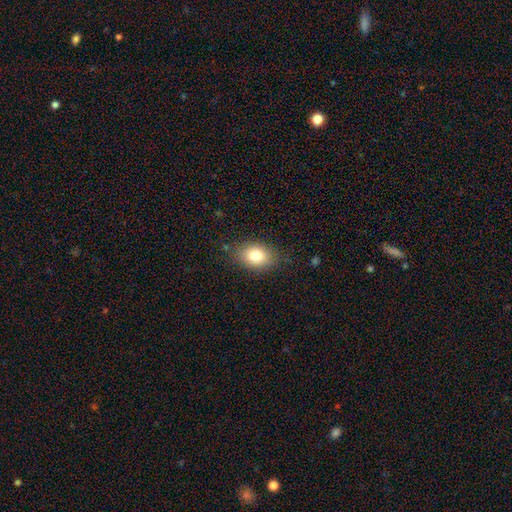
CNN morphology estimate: Smooth or featured? Predicted: smooth (p=0.81). How rounded? Predicted: in between (p=0.74). Merging? Predicted: none (p=0.81).